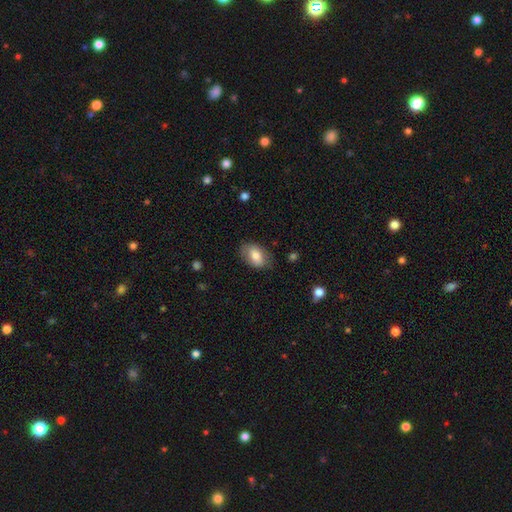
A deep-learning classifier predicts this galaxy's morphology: Smooth or featured?
  - smooth: 77% *
  - featured or disk: 16%
  - star or artifact: 7%
How rounded?
  - in between: 89% *
  - round: 9%
  - cigar-shaped: 2%
Merging?
  - none: 77% *
  - minor disturbance: 17%
  - major disturbance: 5%
  - merger: 1%